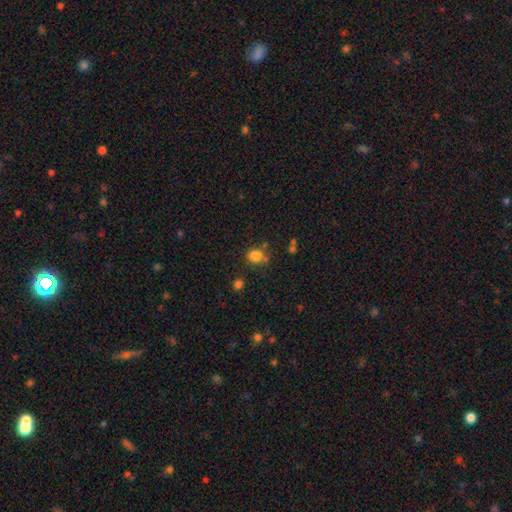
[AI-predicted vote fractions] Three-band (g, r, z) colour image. It shows a smooth galaxy with no disk features (81%) that is round (60%). Merging: none (64%).